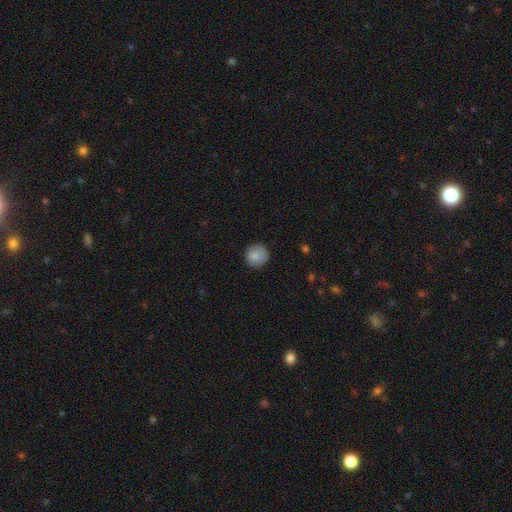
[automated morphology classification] Overall: smooth (83%). How rounded: round (92%). Merging: none (84%).